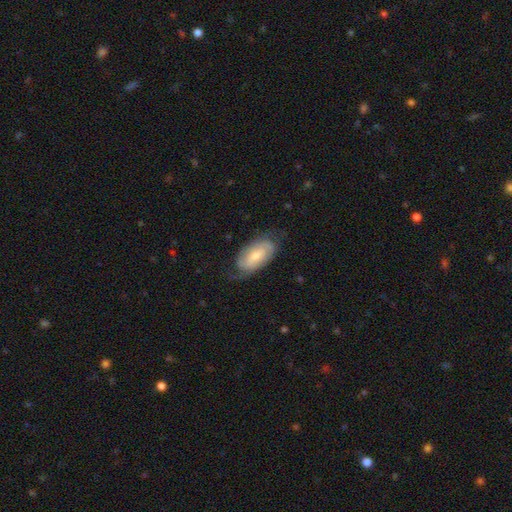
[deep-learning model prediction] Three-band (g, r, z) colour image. It shows a featured or disk galaxy (63%) with a weak bar (43%), spiral arms (85%) and a small central bulge (48%). Merging: none (63%).